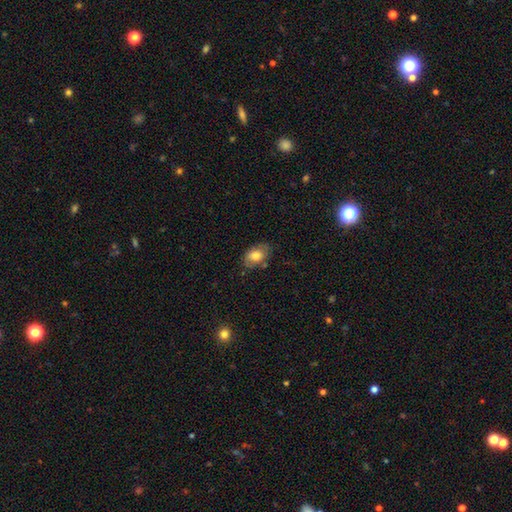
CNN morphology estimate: type=smooth (63%); roundness=in between (83%); merging=none (69%).